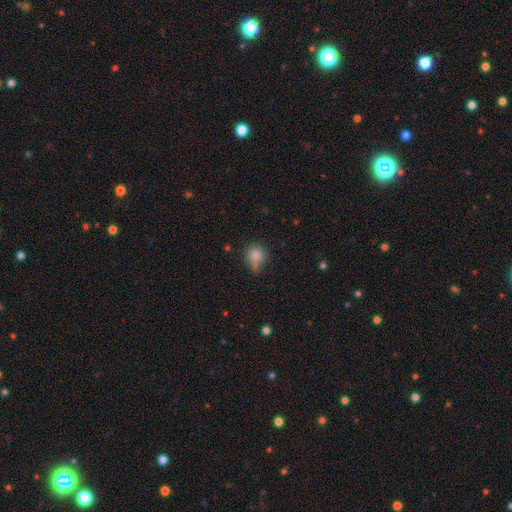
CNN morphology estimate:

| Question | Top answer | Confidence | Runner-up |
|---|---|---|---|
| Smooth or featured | smooth | 81% | star or artifact (11%) |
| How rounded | round | 77% | in between (22%) |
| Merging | none | 53% | minor disturbance (29%) |